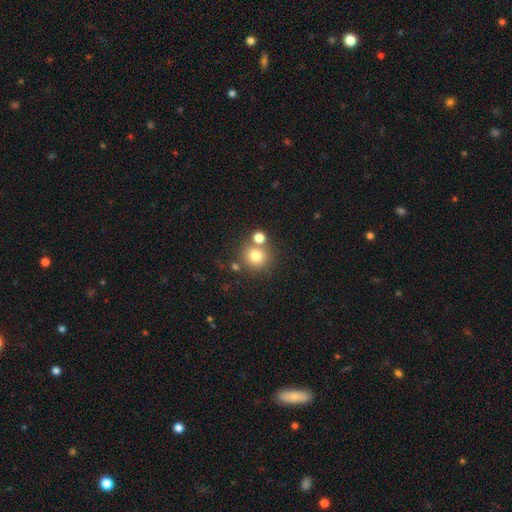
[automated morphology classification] Smooth or featured? Predicted: smooth (p=0.77). How rounded? Predicted: round (p=0.90). Merging? Predicted: none (p=0.66).